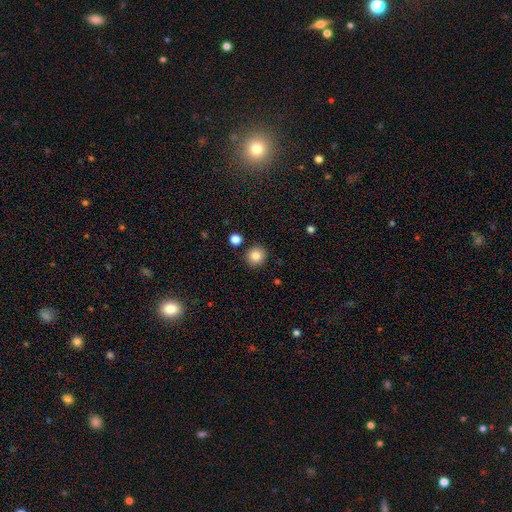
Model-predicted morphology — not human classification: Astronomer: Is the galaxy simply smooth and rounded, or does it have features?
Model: smooth — 85%.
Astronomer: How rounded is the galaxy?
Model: round — 93%.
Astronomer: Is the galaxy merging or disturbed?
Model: none — 89%.